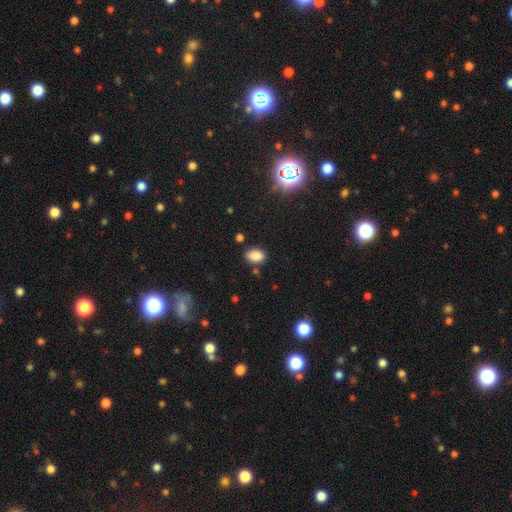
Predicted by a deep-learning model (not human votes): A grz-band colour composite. It shows a smooth galaxy with no disk features (85%) that is in between round and cigar-shaped (87%). Merging: none (82%).